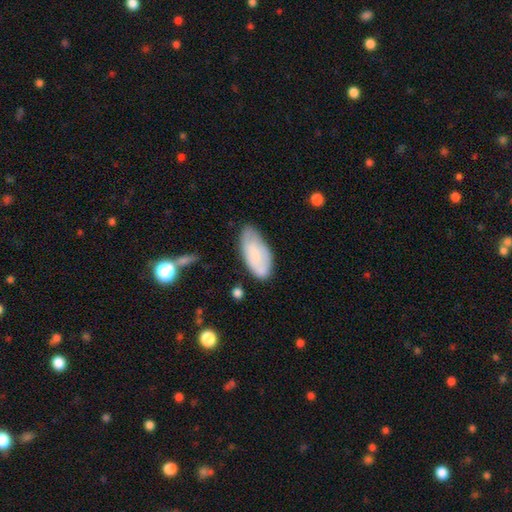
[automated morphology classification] type=smooth (71%); roundness=in between (91%); merging=none (67%).